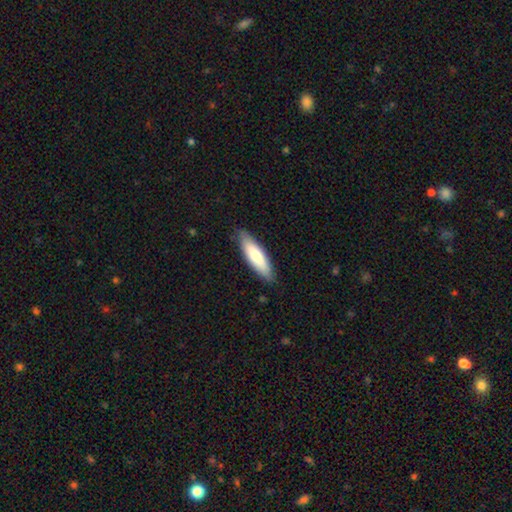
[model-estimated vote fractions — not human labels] A smooth galaxy with no disk features (70%) that is cigar-shaped (55%). Merging: none (85%).